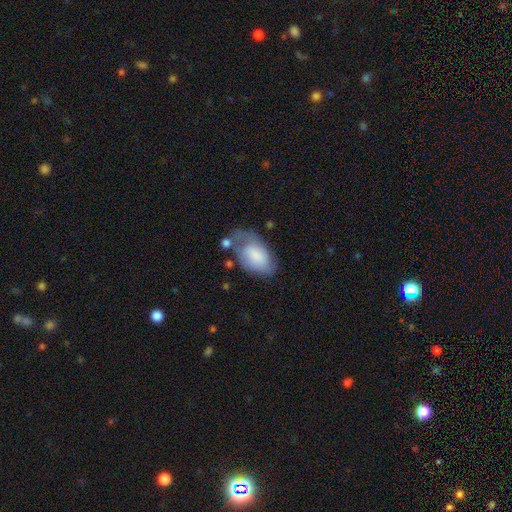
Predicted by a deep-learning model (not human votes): smooth_or_featured: smooth (p=0.69) [alt: featured or disk p=0.25]
how_rounded: in between (p=0.93) [alt: round p=0.06]
merging: minor disturbance (p=0.33) [alt: none p=0.31]